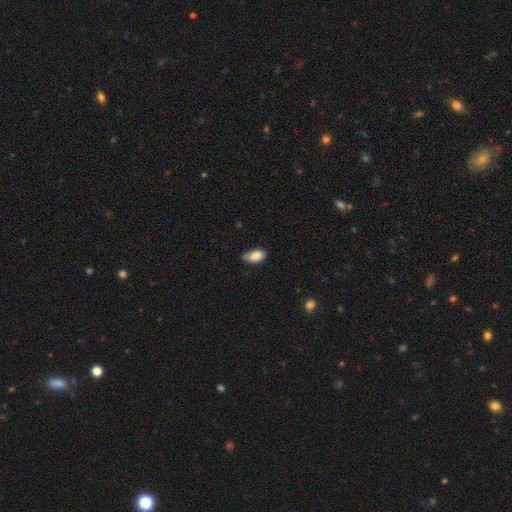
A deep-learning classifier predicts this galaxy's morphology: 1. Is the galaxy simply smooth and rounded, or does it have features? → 86% smooth, 7% star or artifact, 7% featured or disk.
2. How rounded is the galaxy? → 93% in between, 5% round, 2% cigar-shaped.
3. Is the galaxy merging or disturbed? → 62% none, 31% minor disturbance, 5% major disturbance, 2% merger.